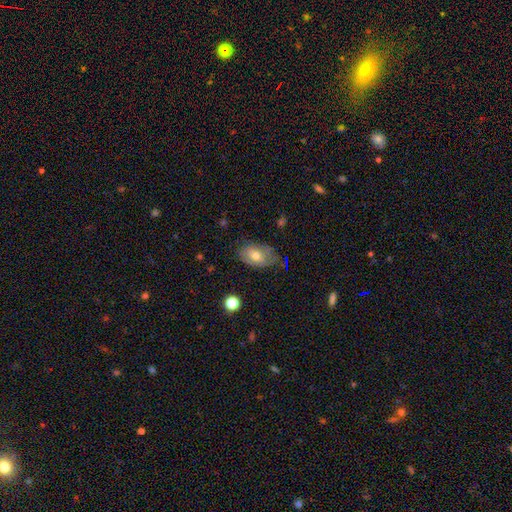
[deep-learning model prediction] This appears to be a smooth galaxy with no disk features (55%) that is in between round and cigar-shaped (88%). Merging: none (59%).